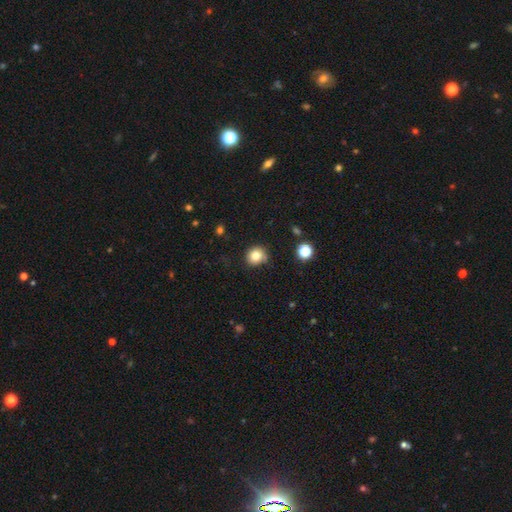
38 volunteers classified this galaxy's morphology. A smooth galaxy with no disk features (89%) that is round (94%). Merging: none (75%).